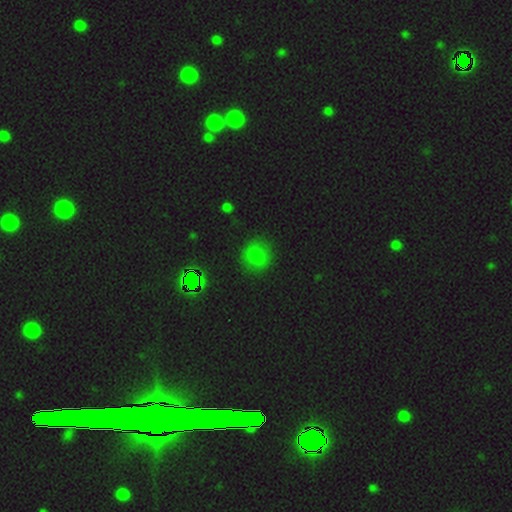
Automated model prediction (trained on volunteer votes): Morphology: type=smooth (70%); roundness=round (77%); merging=none (81%).